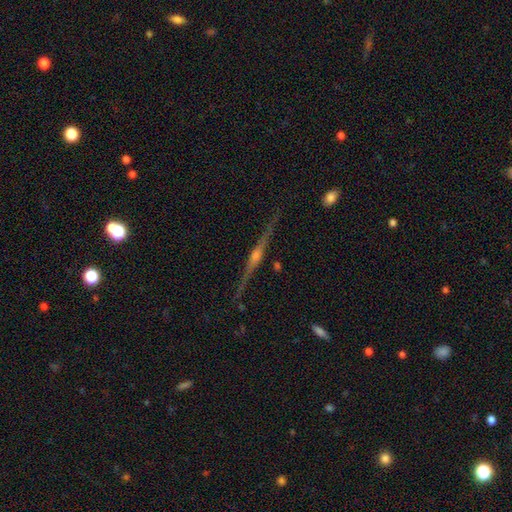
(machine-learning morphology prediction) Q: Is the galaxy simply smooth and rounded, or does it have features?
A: featured or disk — 84%.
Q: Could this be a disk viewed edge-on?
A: yes — 98%.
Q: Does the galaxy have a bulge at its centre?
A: rounded — 85%.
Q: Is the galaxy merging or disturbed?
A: none — 87%.